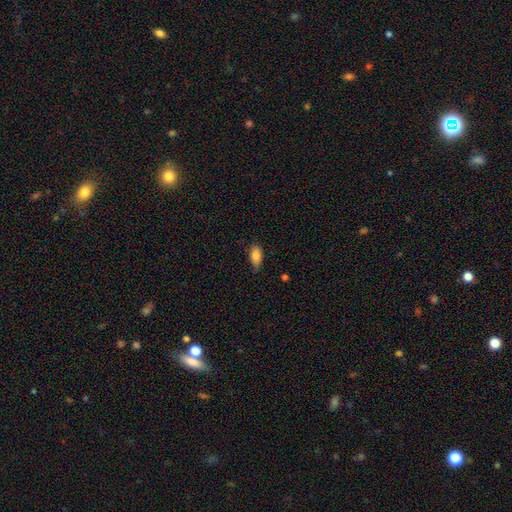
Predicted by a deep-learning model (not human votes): A smooth galaxy with no disk features (84%) that is in between round and cigar-shaped (89%).

Vote fractions:
- Smooth or featured? smooth: 84% / featured or disk: 9% / star or artifact: 7%
- How rounded? in between: 89% / cigar-shaped: 7% / round: 3%
- Merging? none: 75% / minor disturbance: 20% / major disturbance: 3% / merger: 1%